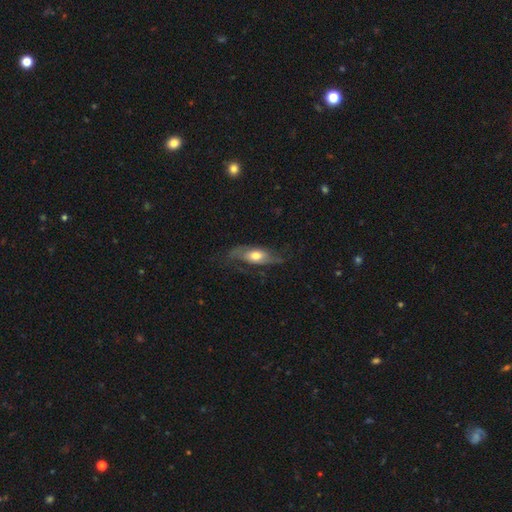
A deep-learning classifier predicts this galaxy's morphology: Smooth or featured?
  - featured or disk: 52% *
  - smooth: 41%
  - star or artifact: 6%
Edge-on disk?
  - no: 74% *
  - yes: 26%
Merging?
  - none: 54% *
  - minor disturbance: 25%
  - major disturbance: 20%
  - merger: 2%